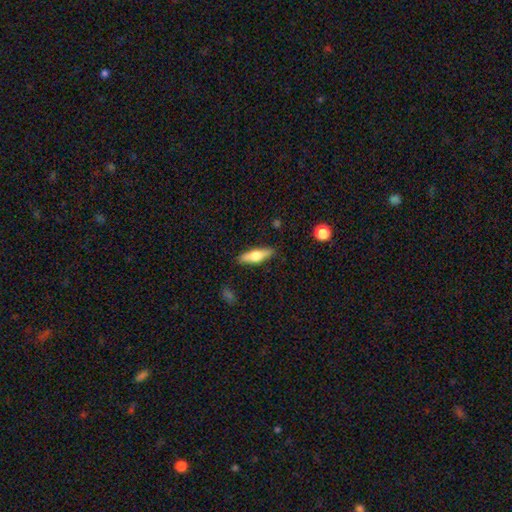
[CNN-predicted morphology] Q: Smooth or featured?
A: smooth (57%); runner-up: featured or disk (37%)
Q: How rounded?
A: cigar-shaped (57%); runner-up: in between (41%)
Q: Merging?
A: none (87%); runner-up: minor disturbance (10%)